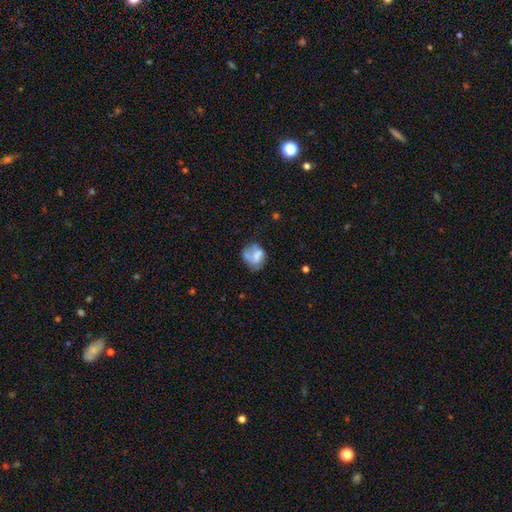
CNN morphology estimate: smooth-or-featured: smooth: 60% | featured or disk: 31% | star or artifact: 9%
  how-rounded: round: 60% | in between: 39% | cigar-shaped: 1%
  merging: none: 40% | minor disturbance: 27% | major disturbance: 18% | merger: 15%